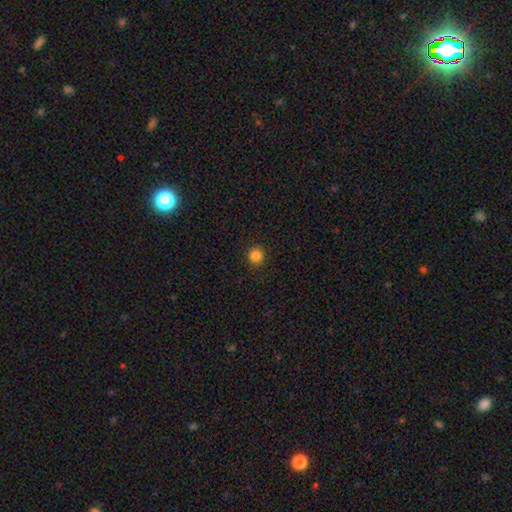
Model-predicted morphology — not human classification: This appears to be a smooth galaxy with no disk features (84%) that is round (94%). Merging: none (92%).